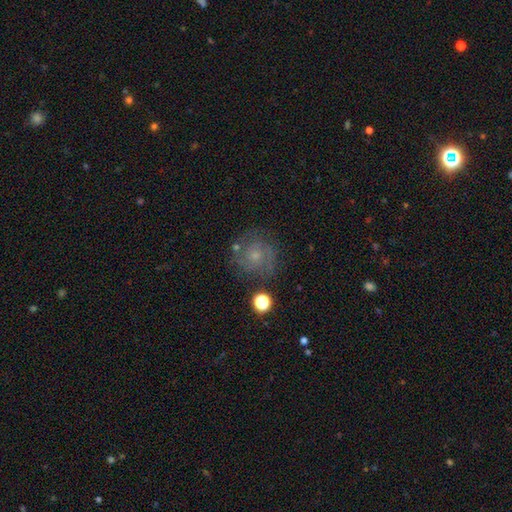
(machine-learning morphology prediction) type=featured or disk (58%); edge-on=no (98%); bar=no (77%); spiral arms=yes (86%); bulge=small (58%); merging=none (74%).